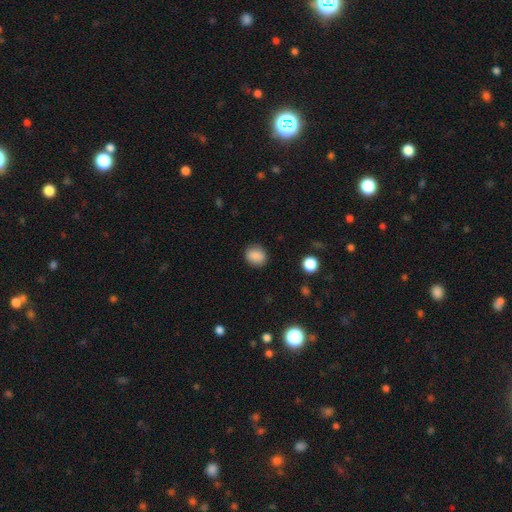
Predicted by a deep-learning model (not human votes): A smooth galaxy with no disk features (87%) that is round (71%).

Vote fractions:
- Smooth or featured? smooth: 87% / star or artifact: 9% / featured or disk: 4%
- How rounded? round: 71% / in between: 28% / cigar-shaped: 1%
- Merging? none: 86% / minor disturbance: 10% / major disturbance: 3% / merger: 1%